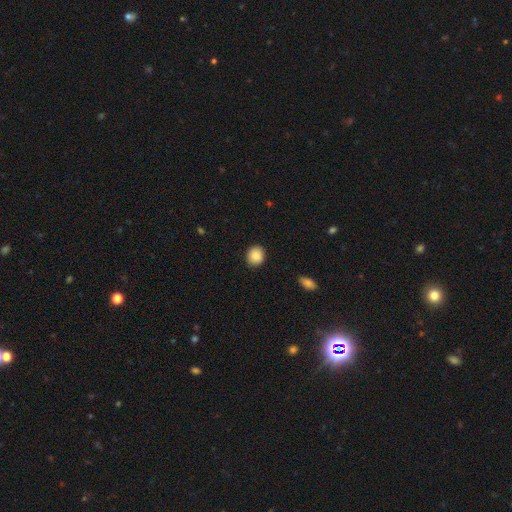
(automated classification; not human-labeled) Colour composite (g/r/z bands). It shows a smooth galaxy with no disk features (89%) that is round (80%). Merging: none (90%).